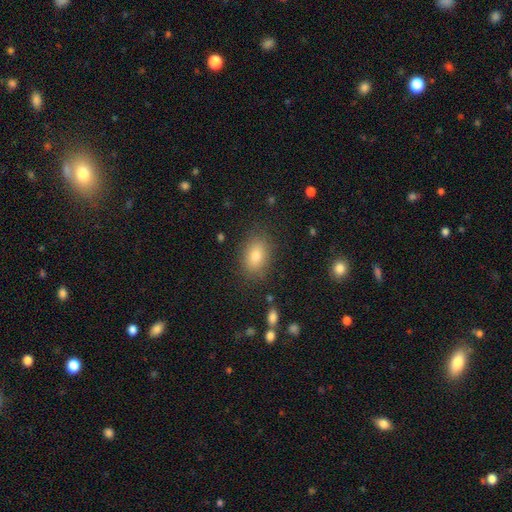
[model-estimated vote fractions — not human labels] This appears to be a smooth galaxy with no disk features (81%) that is in between round and cigar-shaped (78%). Merging: none (85%).